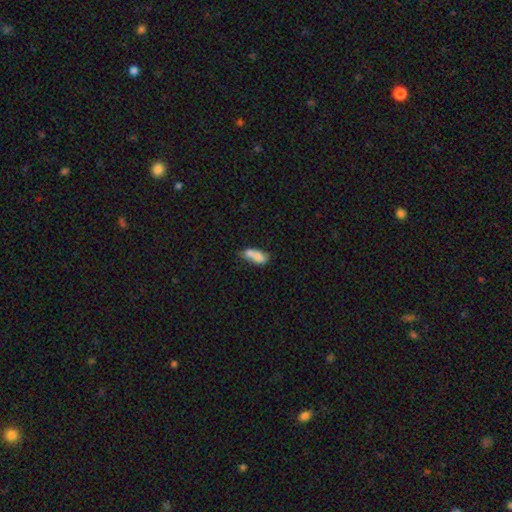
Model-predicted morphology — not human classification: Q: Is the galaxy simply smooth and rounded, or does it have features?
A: smooth — 72%.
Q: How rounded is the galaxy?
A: in between — 80%.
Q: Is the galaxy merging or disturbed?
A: merger — 48%.